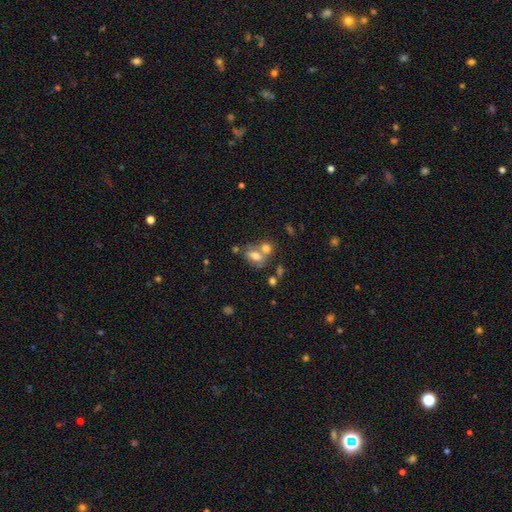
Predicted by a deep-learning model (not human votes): Smooth or featured: smooth — 64% (featured or disk — 24%)
How rounded: in between — 80% (round — 15%)
Merging: merger — 44% (none — 37%)